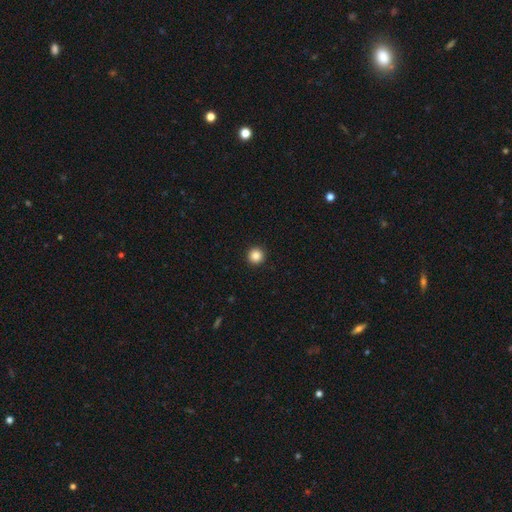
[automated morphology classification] This appears to be a smooth galaxy with no disk features (86%) that is round (96%). Merging: none (94%).